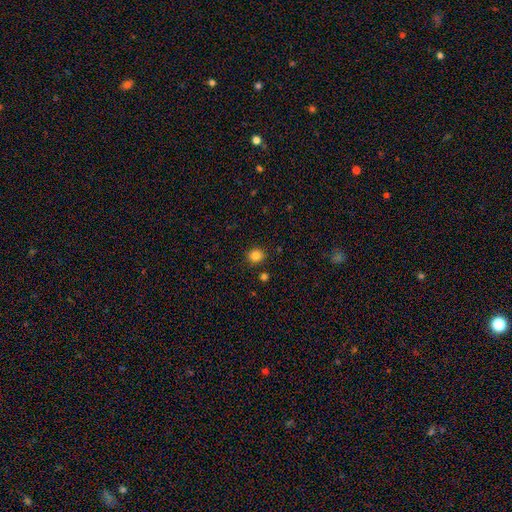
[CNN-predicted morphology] Smooth or featured?
  - smooth: 83% *
  - star or artifact: 12%
  - featured or disk: 5%
How rounded?
  - round: 83% *
  - in between: 16%
  - cigar-shaped: 1%
Merging?
  - none: 88% *
  - minor disturbance: 7%
  - merger: 3%
  - major disturbance: 2%